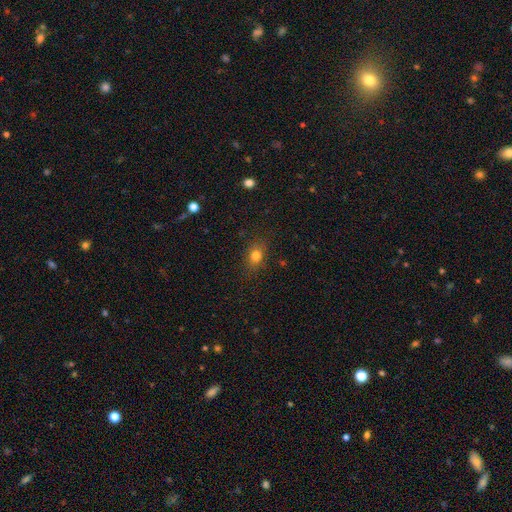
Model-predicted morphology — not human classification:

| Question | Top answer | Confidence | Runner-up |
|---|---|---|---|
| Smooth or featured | smooth | 79% | star or artifact (13%) |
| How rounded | in between | 58% | round (40%) |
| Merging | none | 83% | minor disturbance (12%) |